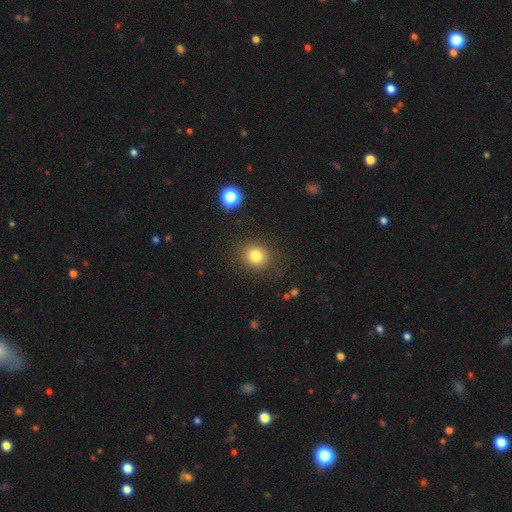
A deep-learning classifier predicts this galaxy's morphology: type=smooth (81%); roundness=round (82%); merging=none (85%).